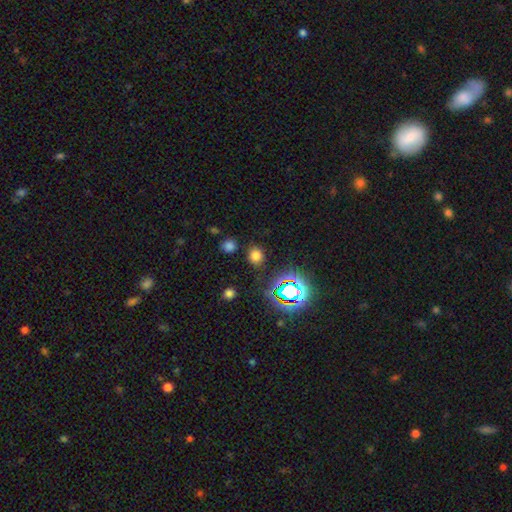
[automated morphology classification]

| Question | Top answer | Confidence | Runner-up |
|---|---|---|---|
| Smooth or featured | smooth | 69% | star or artifact (25%) |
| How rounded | round | 76% | in between (22%) |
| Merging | none | 84% | minor disturbance (8%) |